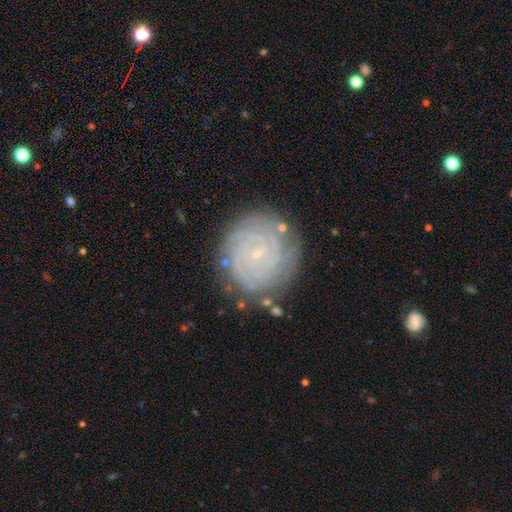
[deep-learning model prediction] Morphology: type=featured or disk (80%); edge-on=no (98%); bar=no (76%); spiral arms=yes (96%); winding=tight (84%); arm count=can't tell (26%); bulge=small (87%); merging=none (81%).